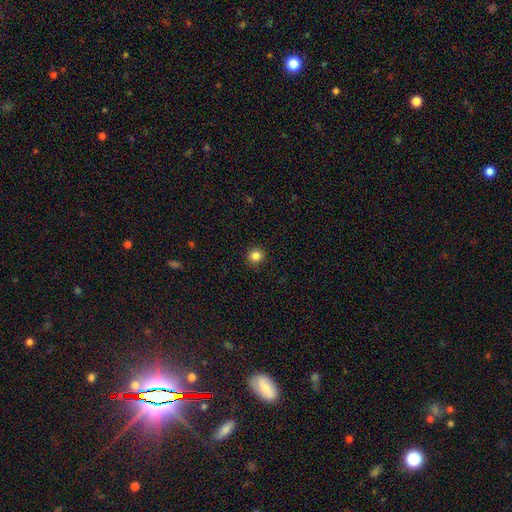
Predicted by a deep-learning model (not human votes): Morphology: type=smooth (84%); roundness=round (92%); merging=none (92%).